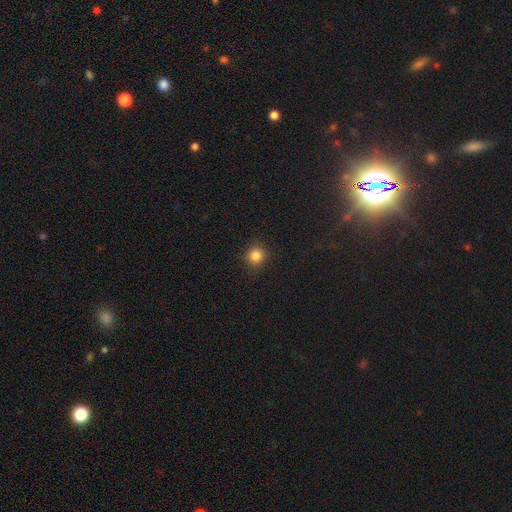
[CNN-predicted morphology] A smooth galaxy with no disk features (84%) that is round (93%). Merging: none (91%).